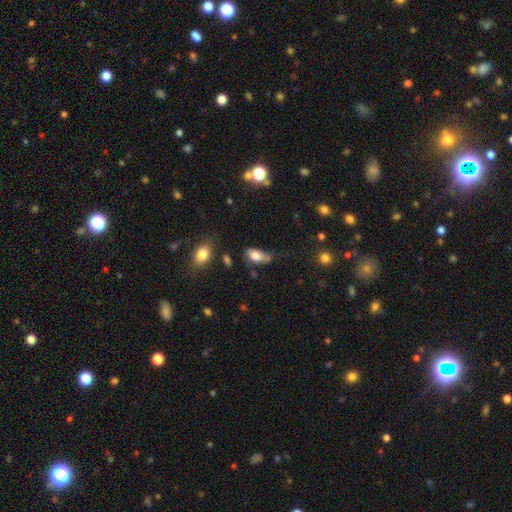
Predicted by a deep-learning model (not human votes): Smooth or featured? Predicted: smooth (p=0.77). How rounded? Predicted: in between (p=0.89). Merging? Predicted: minor disturbance (p=0.36).